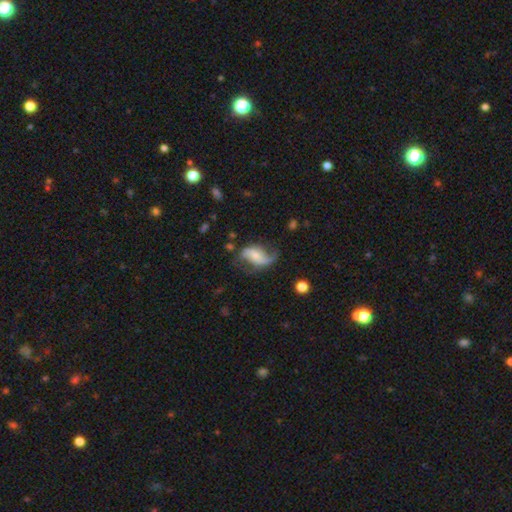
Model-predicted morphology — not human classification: smooth-or-featured: featured or disk: 69% | smooth: 24% | star or artifact: 7%
  disk-edge-on: no: 96% | yes: 4%
    bar: no: 51% | weak: 32% | strong: 17%
    has-spiral-arms: yes: 90% | no: 10%
      spiral-winding: loose: 73% | medium: 21% | tight: 6%
      spiral-arm-count: 2: 75% | 1: 17% | can't tell: 5% | 3: 1% | 4: 1% | more than 4: 1%
    bulge-size: small: 53% | moderate: 31% | none: 9% | large: 5% | dominant: 2%
  merging: none: 49% | minor disturbance: 26% | major disturbance: 22% | merger: 3%